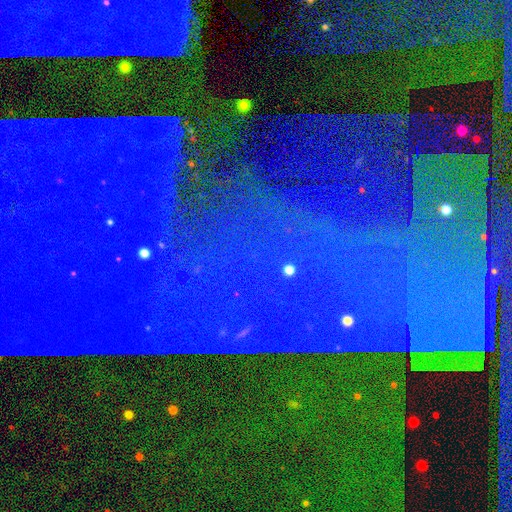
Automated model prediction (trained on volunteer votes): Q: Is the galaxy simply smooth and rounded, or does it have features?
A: star or artifact — 87%.